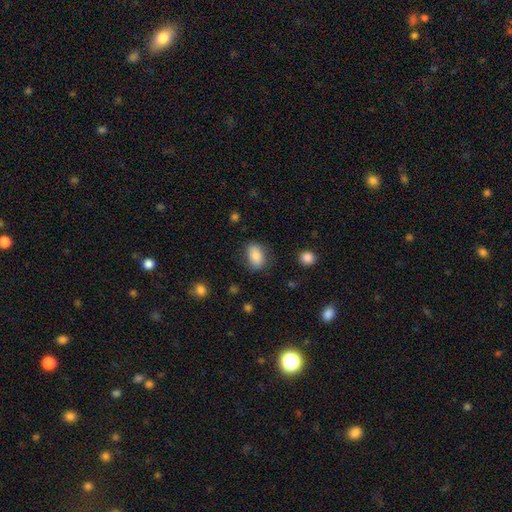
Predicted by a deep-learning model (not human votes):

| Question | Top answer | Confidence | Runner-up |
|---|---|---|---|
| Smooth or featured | smooth | 84% | featured or disk (9%) |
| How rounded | in between | 82% | round (16%) |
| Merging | none | 77% | minor disturbance (16%) |